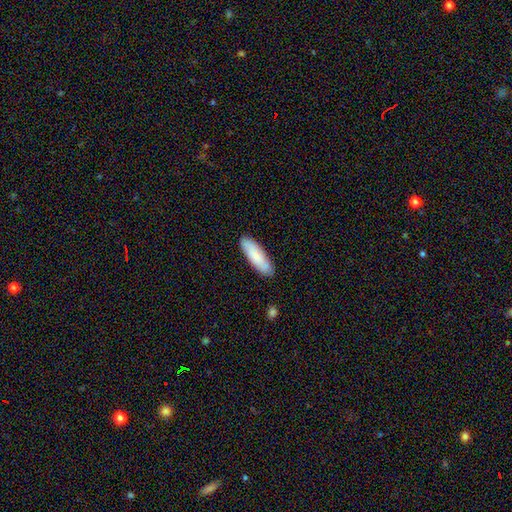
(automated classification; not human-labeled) A smooth galaxy with no disk features (78%) that is cigar-shaped (53%). Merging: none (86%).